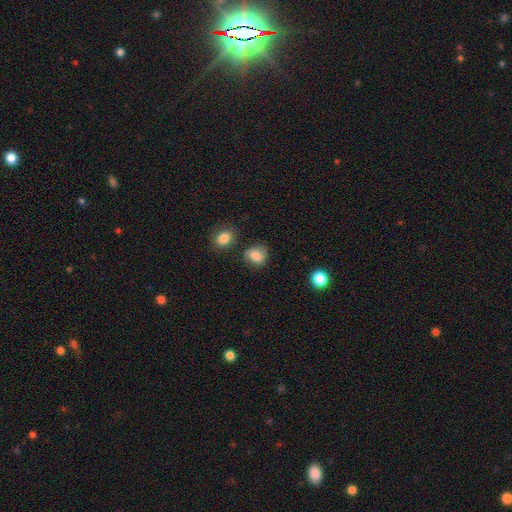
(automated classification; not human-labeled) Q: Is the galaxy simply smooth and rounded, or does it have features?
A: smooth — 77%.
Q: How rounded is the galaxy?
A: round — 61%.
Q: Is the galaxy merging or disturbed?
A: none — 69%.